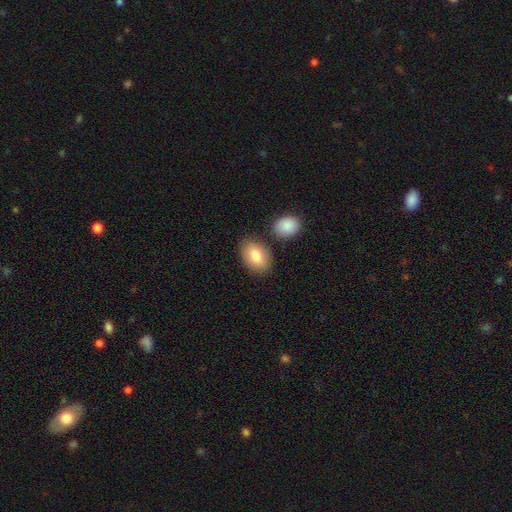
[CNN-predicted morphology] Smooth or featured? smooth (82%)
How rounded? in between (89%)
Merging? none (77%)